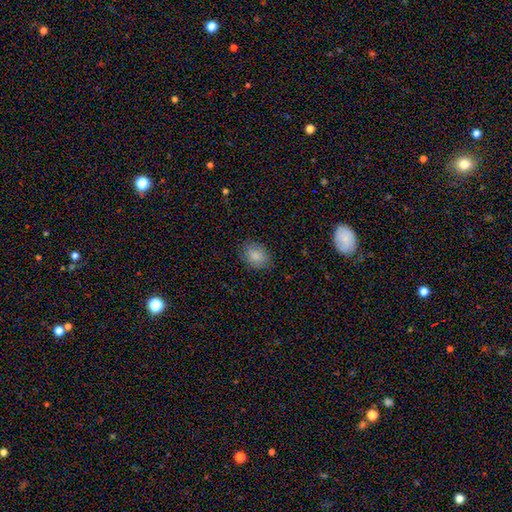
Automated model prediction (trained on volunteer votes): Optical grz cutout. It shows a smooth galaxy with no disk features (86%) that is in between round and cigar-shaped (66%). Merging: none (84%).